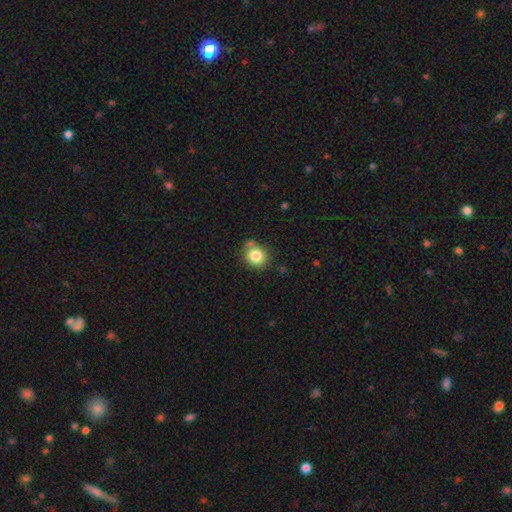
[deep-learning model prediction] Smooth or featured: smooth — 82% (star or artifact — 10%)
How rounded: round — 82% (in between — 18%)
Merging: none — 70% (minor disturbance — 16%)